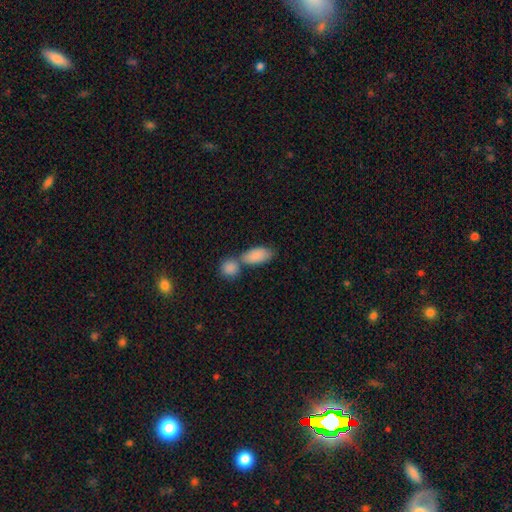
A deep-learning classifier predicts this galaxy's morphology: Smooth or featured? Predicted: smooth (p=0.87). How rounded? Predicted: in between (p=0.90). Merging? Predicted: merger (p=0.46).